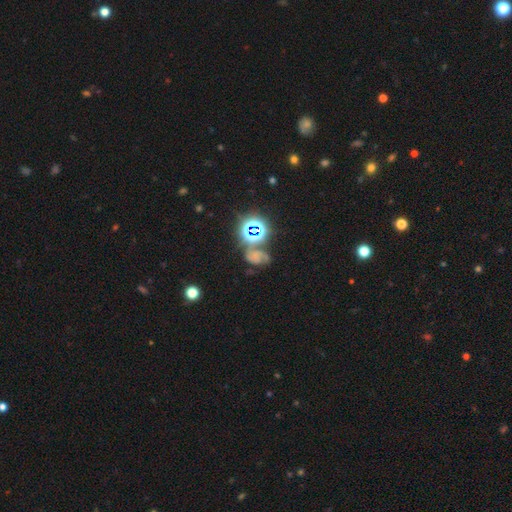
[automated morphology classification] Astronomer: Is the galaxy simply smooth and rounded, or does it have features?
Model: star or artifact — 38% (runner-up: smooth, 32%).